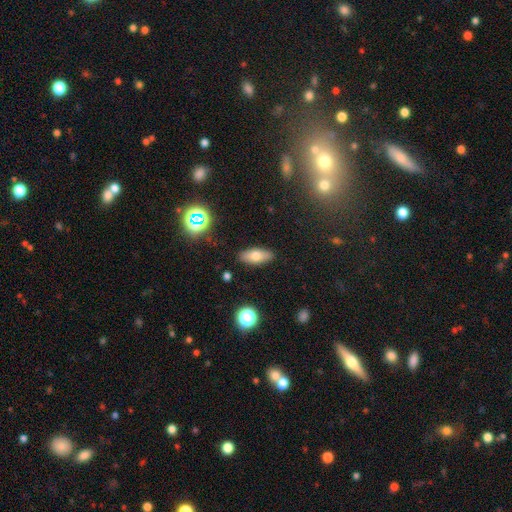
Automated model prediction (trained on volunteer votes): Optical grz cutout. It shows a smooth galaxy with no disk features (72%) that is in between round and cigar-shaped (79%). Merging: none (87%).